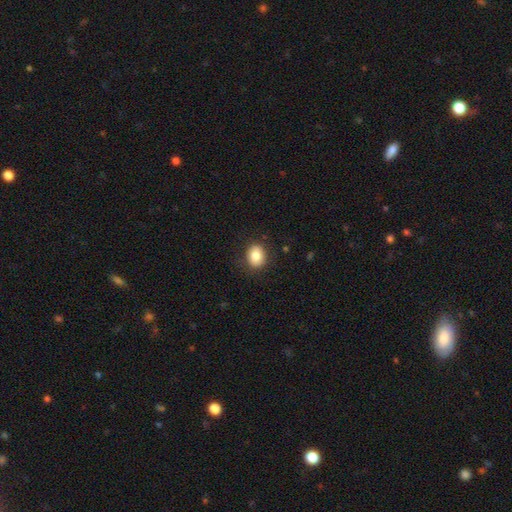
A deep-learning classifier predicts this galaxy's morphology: Smooth or featured?
  - smooth: 84% *
  - star or artifact: 9%
  - featured or disk: 7%
How rounded?
  - round: 53% *
  - in between: 46%
  - cigar-shaped: 1%
Merging?
  - none: 86% *
  - minor disturbance: 10%
  - major disturbance: 3%
  - merger: 1%